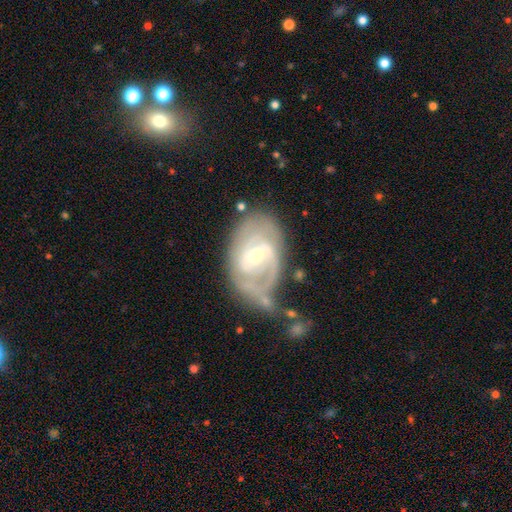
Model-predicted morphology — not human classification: The model was most divided on "spiral winding": tight: 51%, medium: 38%, loose: 12%. Remaining: edge-on disk — no (97%); spiral arms — yes (92%); smooth or featured — featured or disk (85%); bulge size — small (59%); spiral arm count — 2 (56%); bar — weak (53%); merging — none (49%).